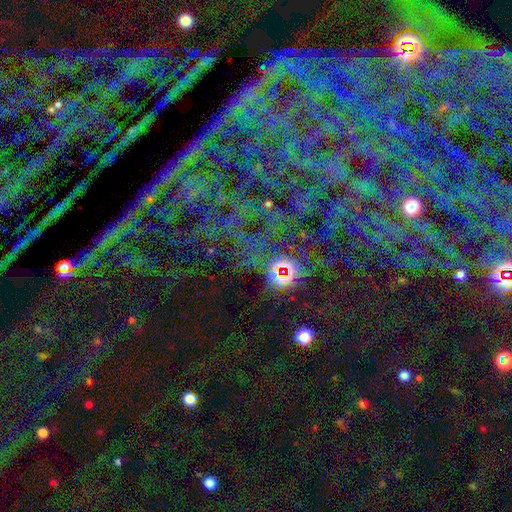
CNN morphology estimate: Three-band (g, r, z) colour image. It shows a star or artifact, not a galaxy (78%).